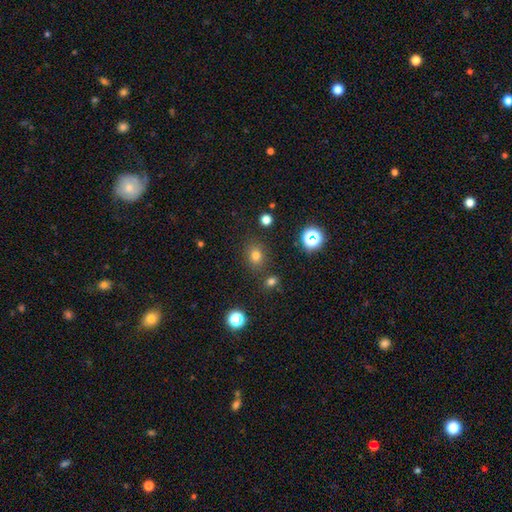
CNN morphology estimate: This is likely a smooth galaxy (74%). How rounded: likely round (64%). Merging: clearly none (83%).